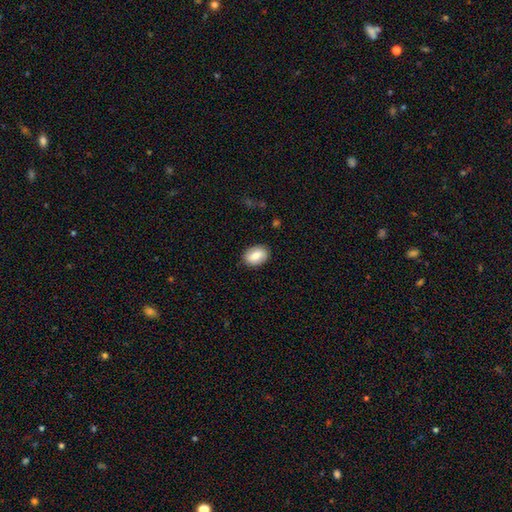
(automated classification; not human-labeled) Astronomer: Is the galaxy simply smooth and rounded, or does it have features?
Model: smooth — 79%.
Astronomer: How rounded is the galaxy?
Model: in between — 81%.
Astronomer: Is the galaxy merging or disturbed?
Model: none — 86%.